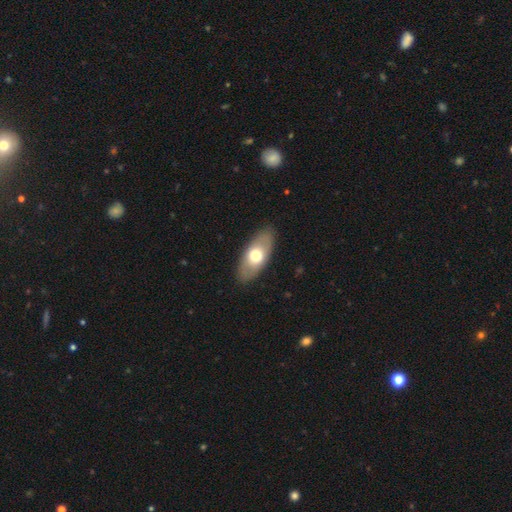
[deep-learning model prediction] Overall: smooth (61%; featured or disk 33%). How rounded: in between (88%). Merging: none (87%).